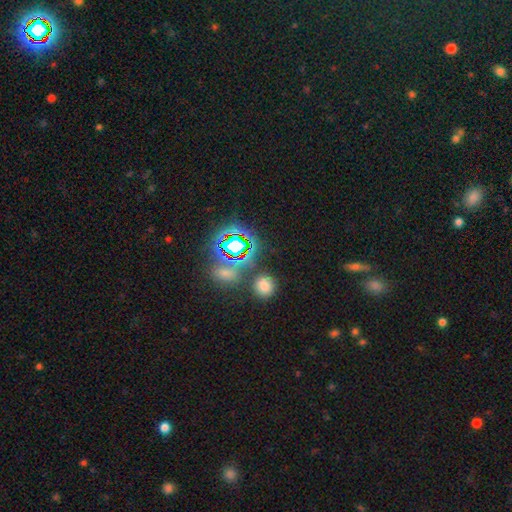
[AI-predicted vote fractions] Smooth or featured?
  - star or artifact: 62% *
  - smooth: 26%
  - featured or disk: 12%